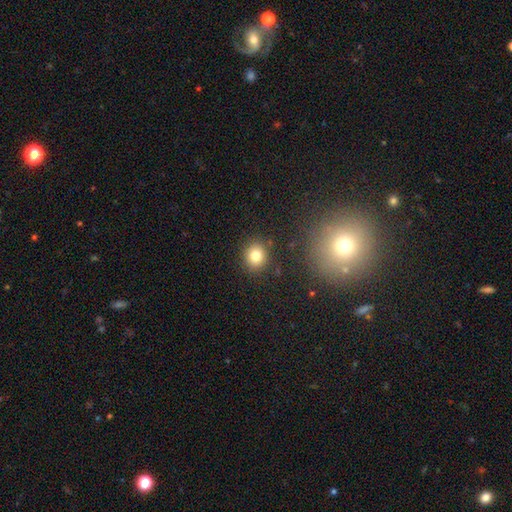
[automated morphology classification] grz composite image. It shows a smooth galaxy with no disk features (81%) that is round (78%). Merging: none (87%).